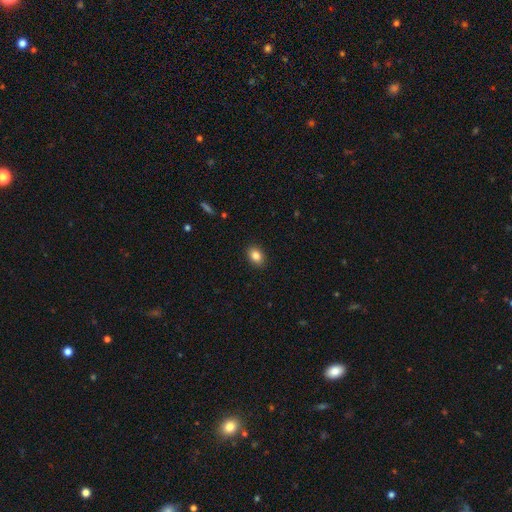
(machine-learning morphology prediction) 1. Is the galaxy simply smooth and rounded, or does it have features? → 85% smooth, 9% star or artifact, 6% featured or disk.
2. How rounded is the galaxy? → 72% in between, 27% round, 1% cigar-shaped.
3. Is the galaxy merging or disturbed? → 90% none, 7% minor disturbance, 2% major disturbance, 1% merger.